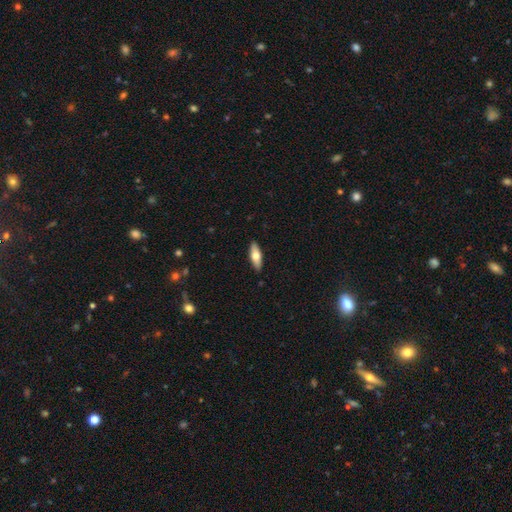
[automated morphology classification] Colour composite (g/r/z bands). It shows a smooth galaxy with no disk features (63%) that is in between round and cigar-shaped (58%). Merging: none (90%).